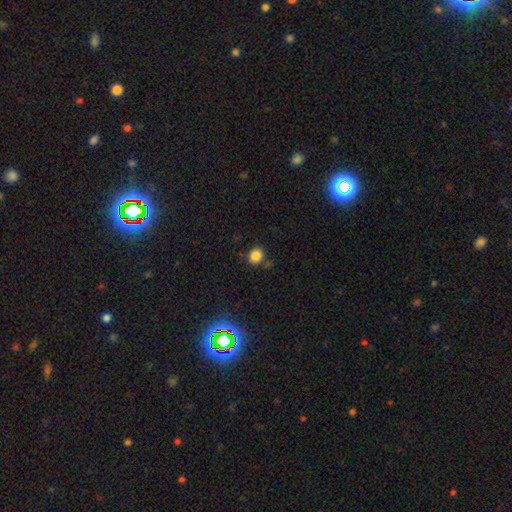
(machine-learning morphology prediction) smooth-or-featured: smooth: 83% | star or artifact: 12% | featured or disk: 5%
  how-rounded: round: 63% | in between: 36% | cigar-shaped: 1%
  merging: none: 79% | minor disturbance: 12% | merger: 6% | major disturbance: 4%